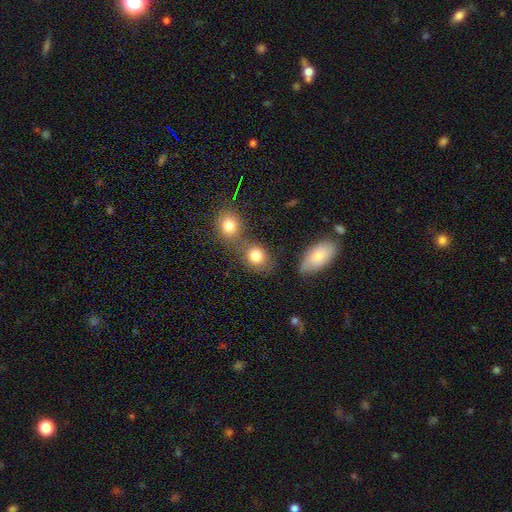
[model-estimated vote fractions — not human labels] A smooth galaxy with no disk features (81%) that is round (62%). Merging: none (51%).